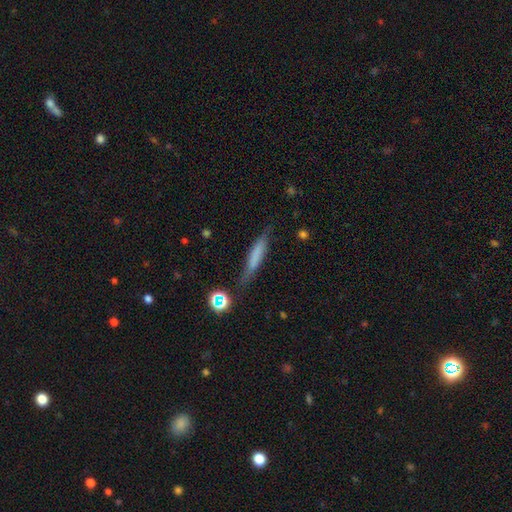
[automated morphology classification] smooth-or-featured: smooth: 60% | featured or disk: 30% | star or artifact: 10%
  how-rounded: cigar-shaped: 87% | in between: 11% | round: 2%
  merging: none: 69% | minor disturbance: 22% | major disturbance: 7% | merger: 3%